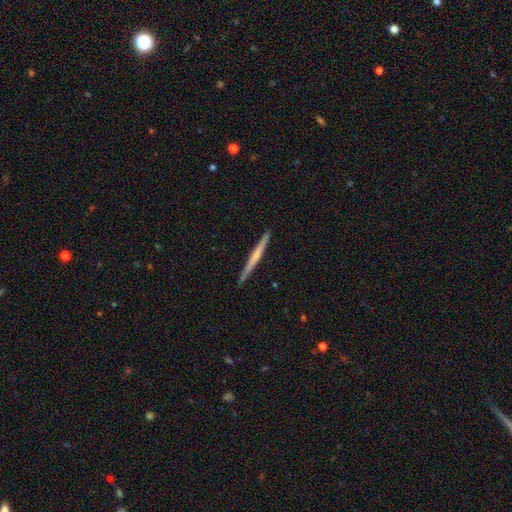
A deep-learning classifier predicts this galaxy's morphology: Overall: featured or disk (53%; smooth 42%). Edge-on disk: yes (98%). Edge-on bulge: none (70%). Merging: none (91%).